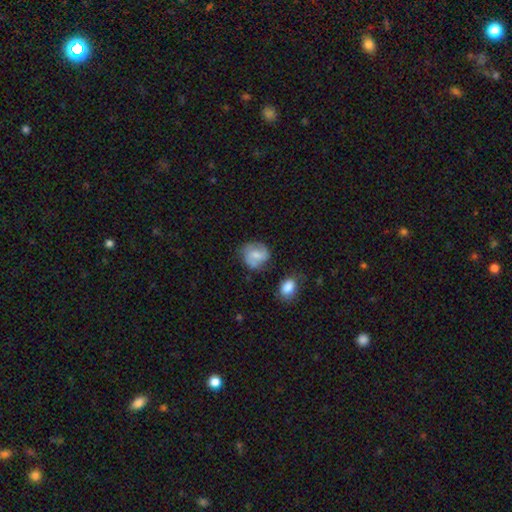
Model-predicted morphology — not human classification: type=smooth (50%); roundness=round (70%); merging=none (62%).